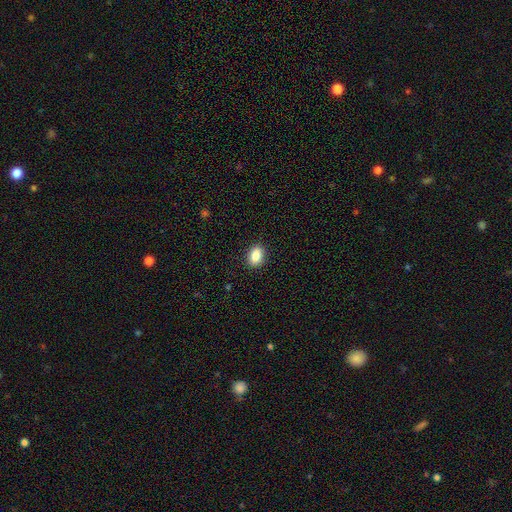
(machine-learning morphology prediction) A smooth galaxy with no disk features (86%) that is in between round and cigar-shaped (83%).

Vote fractions:
- Smooth or featured? smooth: 86% / star or artifact: 8% / featured or disk: 6%
- How rounded? in between: 83% / round: 14% / cigar-shaped: 2%
- Merging? none: 89% / minor disturbance: 8% / major disturbance: 2% / merger: 1%